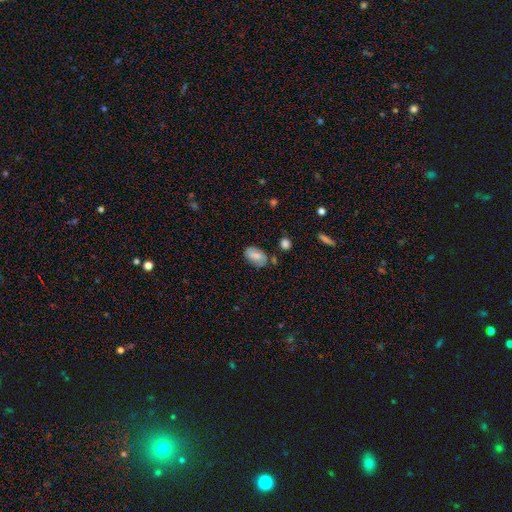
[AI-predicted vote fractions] This is likely a smooth galaxy (76%). How rounded: clearly in between (92%). Merging: likely none (67%).